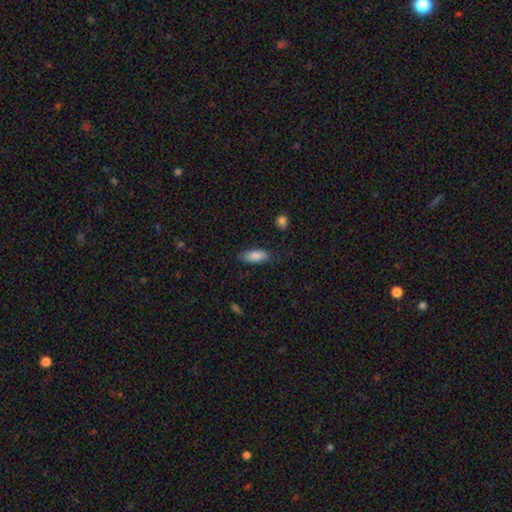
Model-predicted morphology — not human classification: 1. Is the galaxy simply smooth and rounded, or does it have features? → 87% smooth, 7% star or artifact, 6% featured or disk.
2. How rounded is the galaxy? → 80% in between, 18% cigar-shaped, 2% round.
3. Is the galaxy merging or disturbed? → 80% none, 15% minor disturbance, 3% major disturbance, 1% merger.